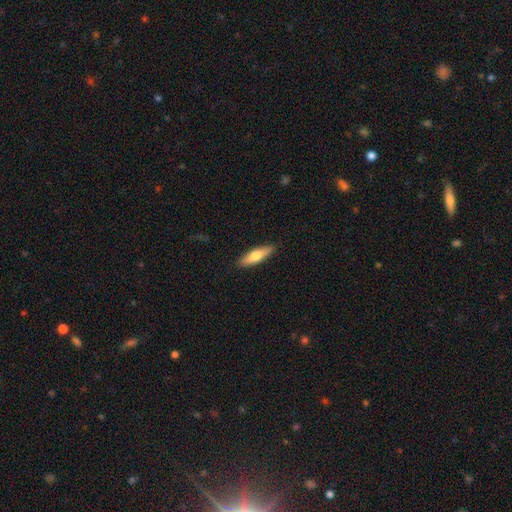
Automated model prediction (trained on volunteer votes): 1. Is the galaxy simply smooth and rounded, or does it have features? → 65% smooth, 29% featured or disk, 5% star or artifact.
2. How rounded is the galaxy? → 62% cigar-shaped, 36% in between, 2% round.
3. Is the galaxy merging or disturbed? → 89% none, 8% minor disturbance, 2% major disturbance, 1% merger.